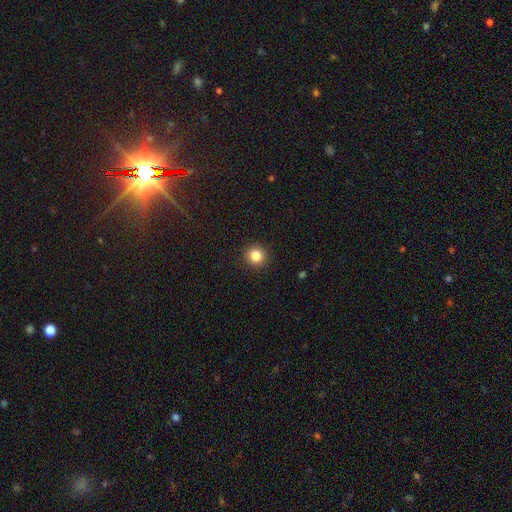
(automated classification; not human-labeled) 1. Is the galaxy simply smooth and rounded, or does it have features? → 84% smooth, 11% star or artifact, 5% featured or disk.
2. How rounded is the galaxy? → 92% round, 7% in between, 1% cigar-shaped.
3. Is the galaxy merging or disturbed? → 92% none, 5% minor disturbance, 2% major disturbance, 1% merger.